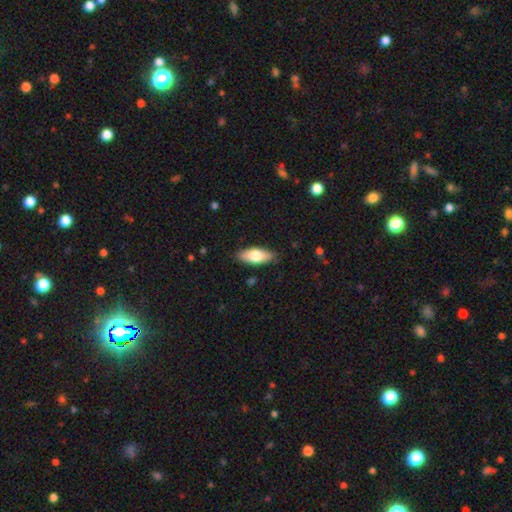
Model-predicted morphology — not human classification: smooth 71%, featured or disk 23%, star or artifact 6%. Down the decision tree: how rounded — in between (80%); merging — none (86%).